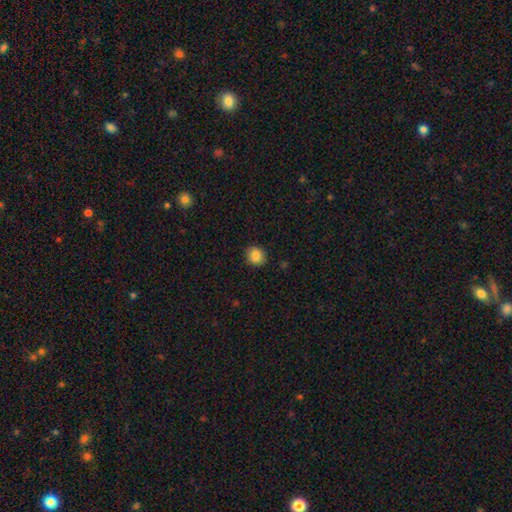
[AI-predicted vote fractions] Smooth or featured? smooth (84%)
How rounded? round (74%)
Merging? none (89%)